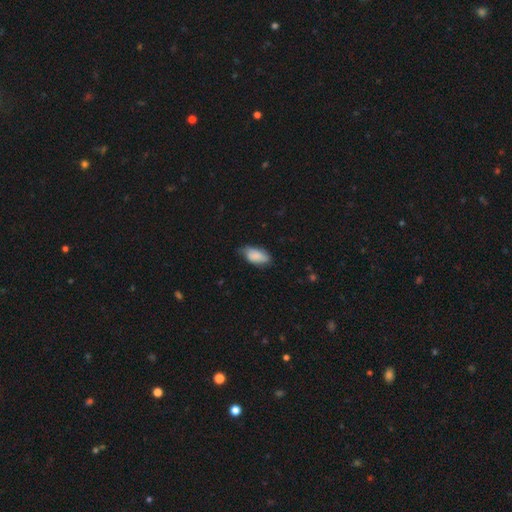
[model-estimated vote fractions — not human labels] Q: Smooth or featured?
A: smooth (82%); runner-up: featured or disk (11%)
Q: How rounded?
A: in between (92%); runner-up: cigar-shaped (5%)
Q: Merging?
A: none (60%); runner-up: minor disturbance (33%)